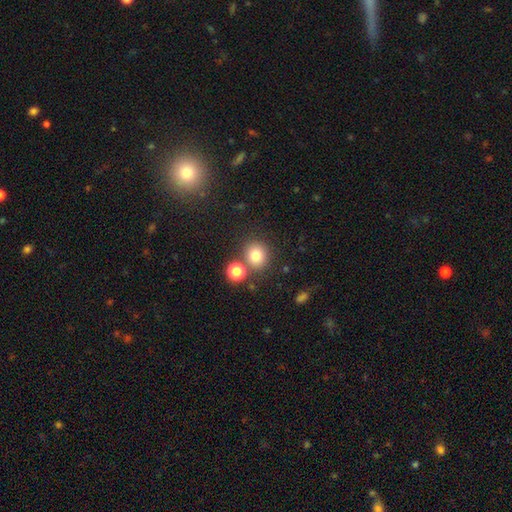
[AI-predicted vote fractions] This is likely a smooth galaxy (79%). How rounded: clearly round (85%). Merging: likely none (73%).